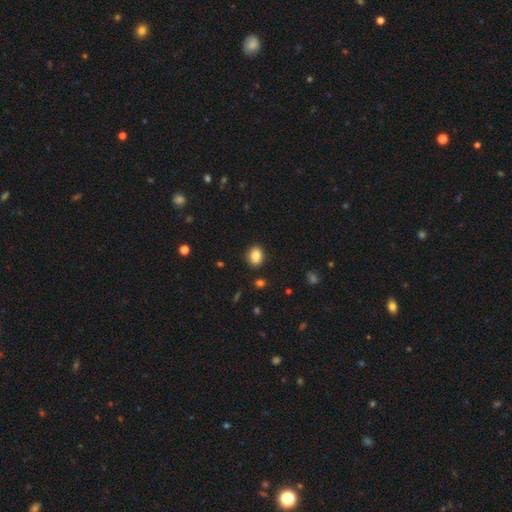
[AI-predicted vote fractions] Overall: smooth (84%). How rounded: round (59%; in between 40%). Merging: none (82%).